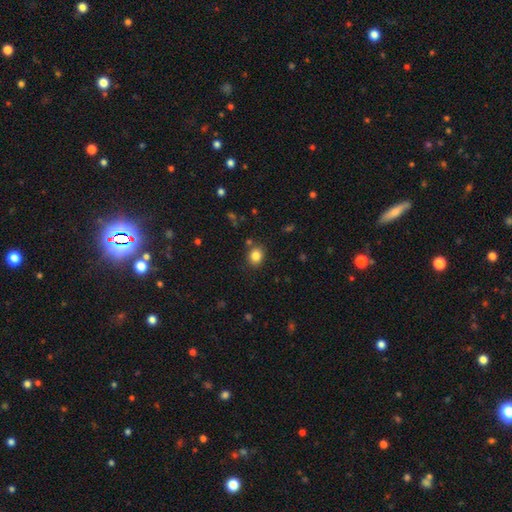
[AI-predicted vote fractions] Smooth or featured? Predicted: smooth (p=0.83). How rounded? Predicted: round (p=0.63). Merging? Predicted: none (p=0.83).